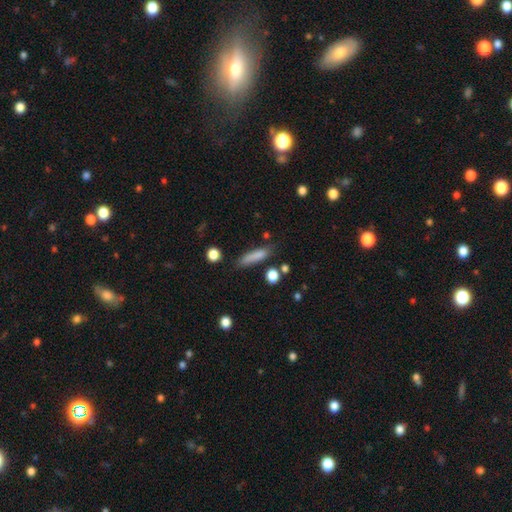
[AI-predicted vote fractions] Smooth or featured? Predicted: smooth (p=0.82). How rounded? Predicted: cigar-shaped (p=0.75). Merging? Predicted: none (p=0.74).